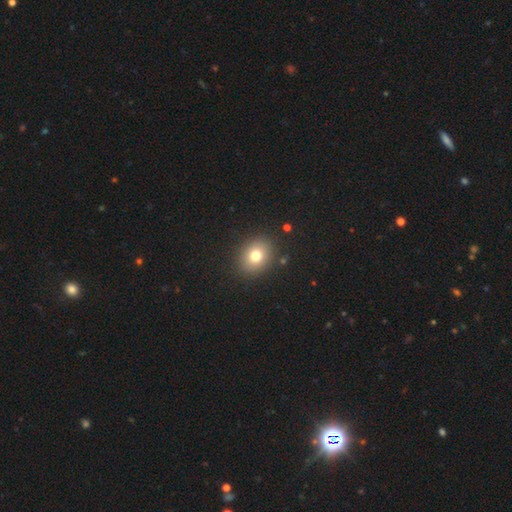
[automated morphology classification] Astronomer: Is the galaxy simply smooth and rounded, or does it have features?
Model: smooth — 77%.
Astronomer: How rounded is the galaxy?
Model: round — 57% (runner-up: in between, 42%).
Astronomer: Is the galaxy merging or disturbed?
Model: none — 88%.